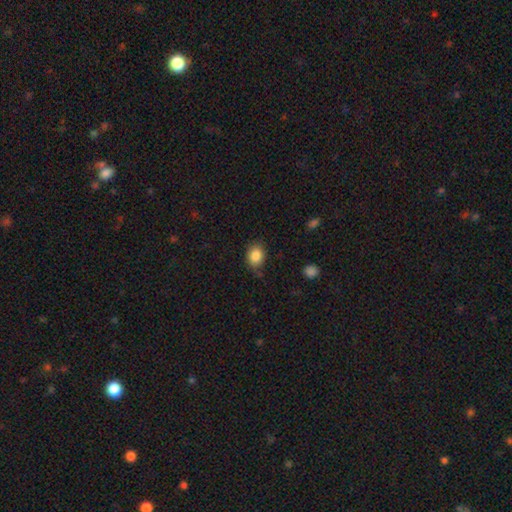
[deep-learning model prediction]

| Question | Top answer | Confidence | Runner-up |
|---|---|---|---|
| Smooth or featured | smooth | 85% | star or artifact (9%) |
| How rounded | in between | 52% | round (47%) |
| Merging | none | 74% | minor disturbance (20%) |